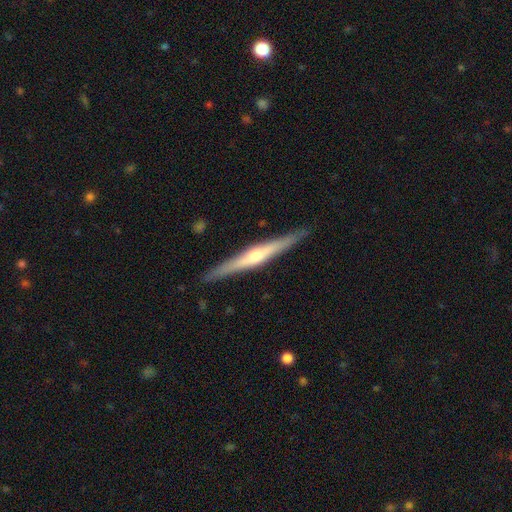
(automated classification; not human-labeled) Smooth or featured?
  - featured or disk: 74% *
  - smooth: 20%
  - star or artifact: 5%
Edge-on disk?
  - yes: 98% *
  - no: 2%
Edge-on bulge?
  - rounded: 83% *
  - none: 11%
  - boxy: 6%
Merging?
  - none: 91% *
  - minor disturbance: 7%
  - major disturbance: 1%
  - merger: 1%